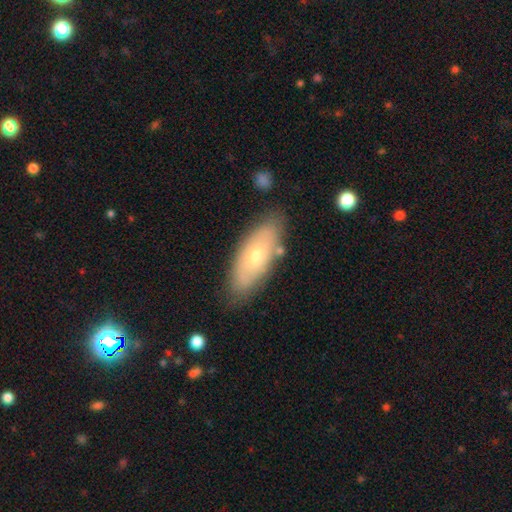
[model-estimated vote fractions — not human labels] Smooth or featured? Predicted: smooth (p=0.56). How rounded? Predicted: in between (p=0.78). Merging? Predicted: none (p=0.78).